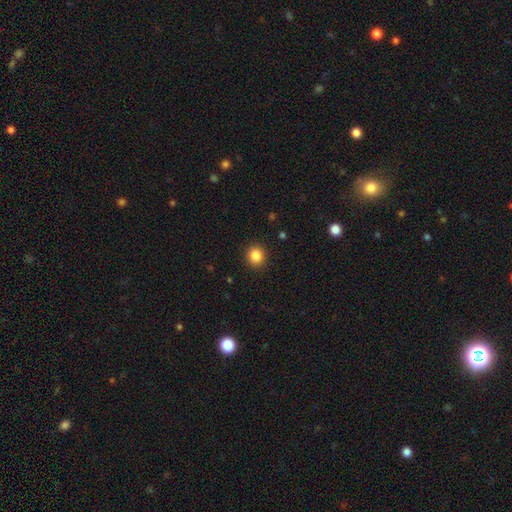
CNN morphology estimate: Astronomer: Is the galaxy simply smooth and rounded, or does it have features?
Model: smooth — 86%.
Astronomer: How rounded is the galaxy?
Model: round — 89%.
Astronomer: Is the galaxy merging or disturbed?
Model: none — 92%.